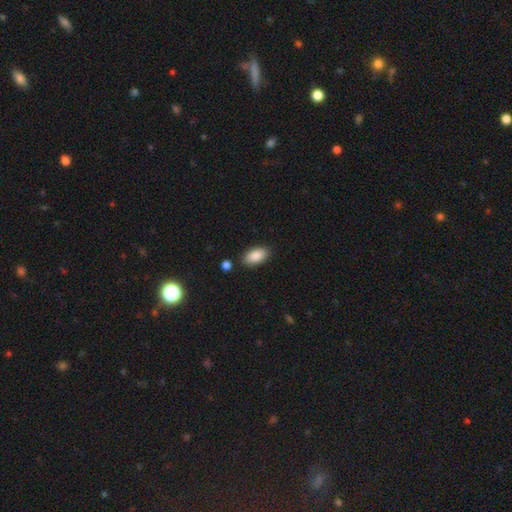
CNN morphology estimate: Smooth or featured? Predicted: smooth (p=0.88). How rounded? Predicted: in between (p=0.93). Merging? Predicted: none (p=0.85).